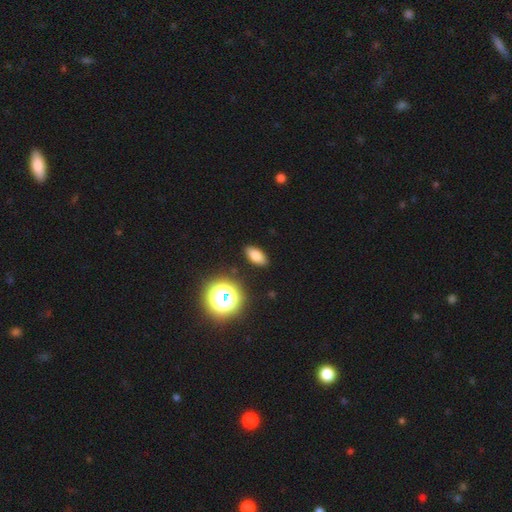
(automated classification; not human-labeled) smooth 75%, star or artifact 14%, featured or disk 11%. Down the decision tree: how rounded — in between (84%); merging — none (88%).